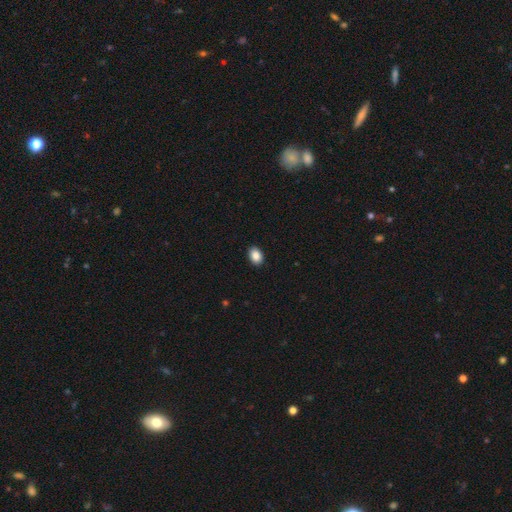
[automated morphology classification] Overall: smooth (88%). How rounded: in between (79%). Merging: none (91%).